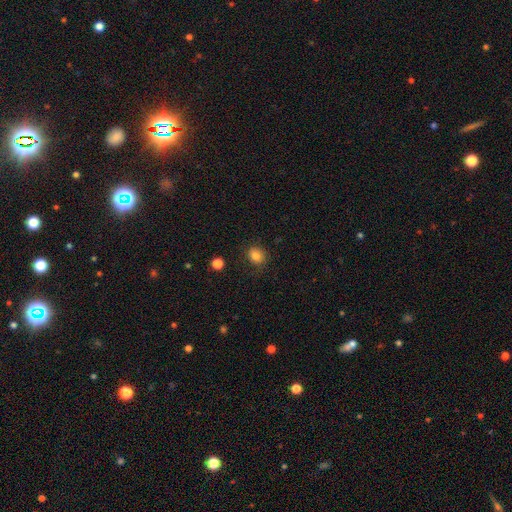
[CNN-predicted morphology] smooth-or-featured: smooth: 83% | star or artifact: 11% | featured or disk: 6%
  how-rounded: round: 57% | in between: 42% | cigar-shaped: 1%
  merging: none: 81% | minor disturbance: 14% | major disturbance: 4% | merger: 2%